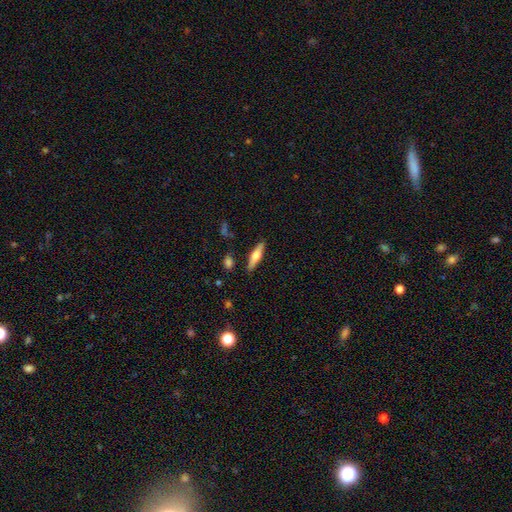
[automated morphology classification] A smooth galaxy with no disk features (49%). Merging: none (87%).